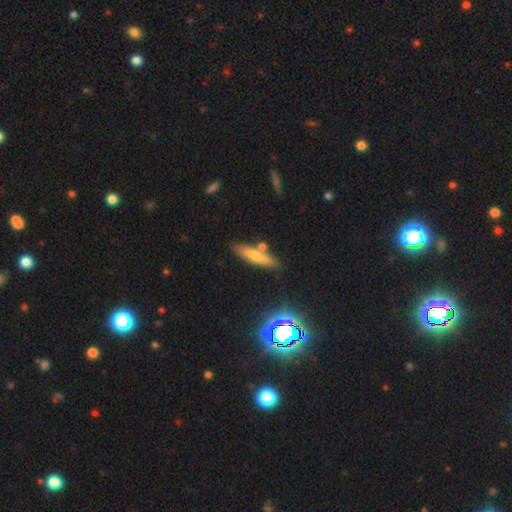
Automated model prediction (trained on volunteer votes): smooth-or-featured: smooth: 65% | featured or disk: 23% | star or artifact: 12%
  how-rounded: cigar-shaped: 74% | in between: 23% | round: 3%
  merging: none: 76% | minor disturbance: 11% | merger: 10% | major disturbance: 3%